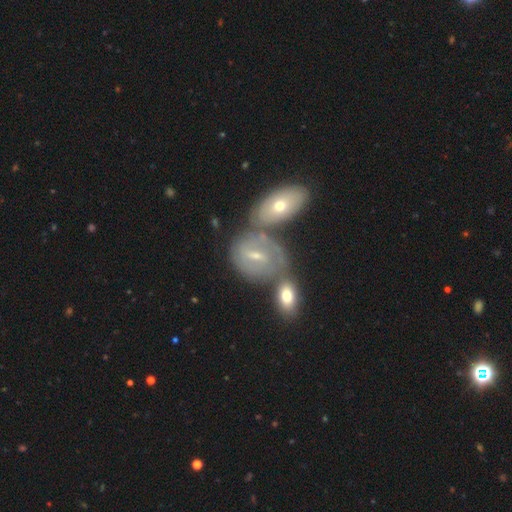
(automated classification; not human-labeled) Smooth or featured? featured or disk (70%)
Edge-on disk? no (94%)
Bar? weak (50%)
Spiral arms? yes (79%)
Spiral winding? tight (57%)
Spiral arm count? can't tell (43%)
Bulge size? small (61%)
Merging? none (46%)